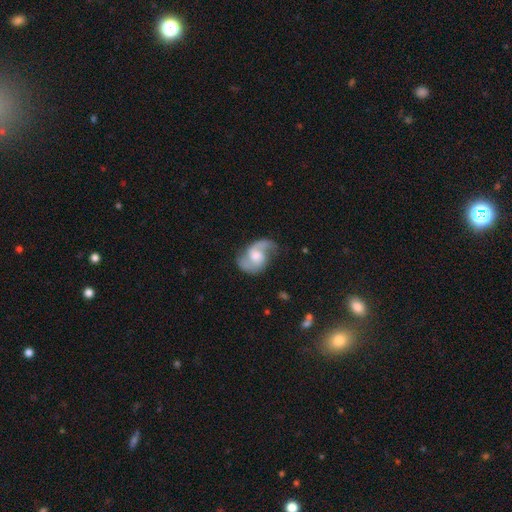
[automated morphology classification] smooth-or-featured: featured or disk: 82% | smooth: 12% | star or artifact: 6%
  disk-edge-on: no: 97% | yes: 3%
    bar: no: 52% | weak: 41% | strong: 7%
    has-spiral-arms: yes: 95% | no: 5%
      spiral-winding: medium: 46% | loose: 42% | tight: 12%
      spiral-arm-count: 2: 85% | 1: 6% | can't tell: 4% | 3: 3% | 4: 1% | more than 4: 1%
    bulge-size: moderate: 57% | small: 24% | large: 13% | none: 5% | dominant: 1%
  merging: none: 63% | minor disturbance: 22% | major disturbance: 13% | merger: 2%